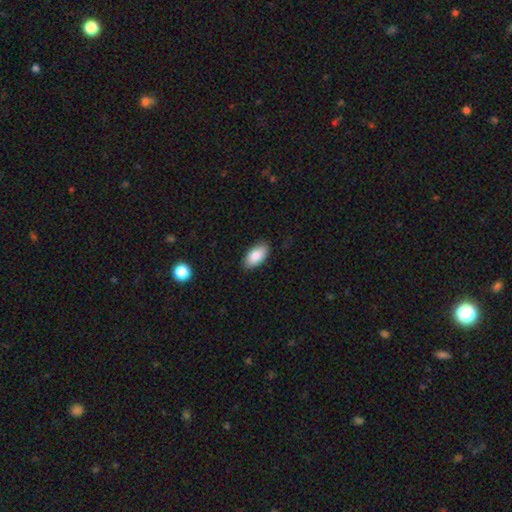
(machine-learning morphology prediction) Overall: smooth (87%). How rounded: in between (94%). Merging: none (86%).